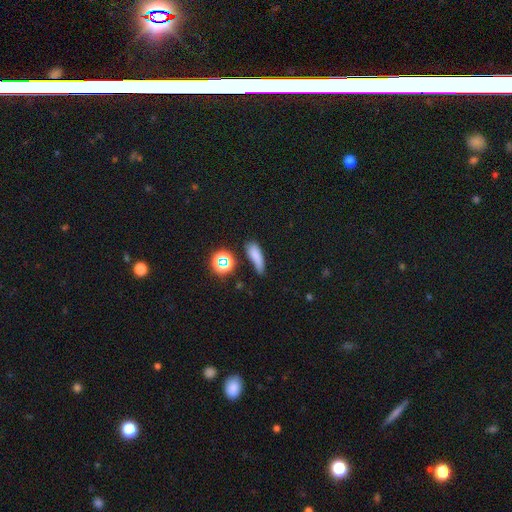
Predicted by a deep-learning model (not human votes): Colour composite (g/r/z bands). It shows a smooth galaxy with no disk features (72%) that is cigar-shaped (47%). Merging: none (57%).